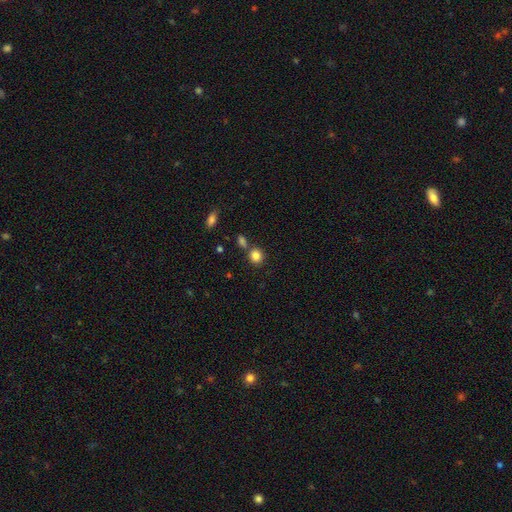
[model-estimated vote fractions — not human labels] Smooth or featured: smooth — 84% (star or artifact — 10%)
How rounded: round — 83% (in between — 16%)
Merging: none — 70% (merger — 17%)